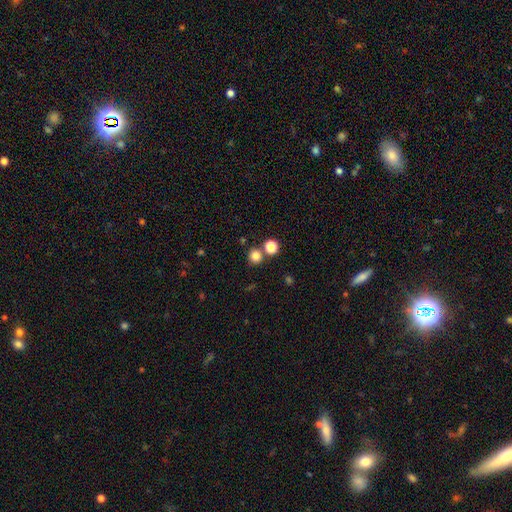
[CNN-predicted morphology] The model was most divided on "merging": none: 76%, merger: 15%, minor disturbance: 7%, major disturbance: 3%. More confident: how rounded — round (92%); smooth or featured — smooth (81%).